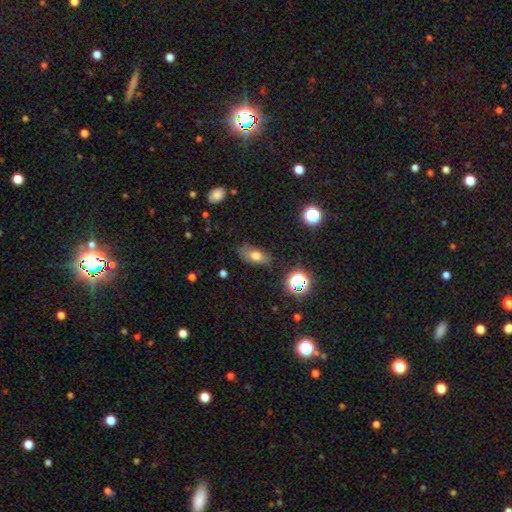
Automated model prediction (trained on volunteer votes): Smooth or featured? smooth (69%)
How rounded? in between (82%)
Merging? none (71%)